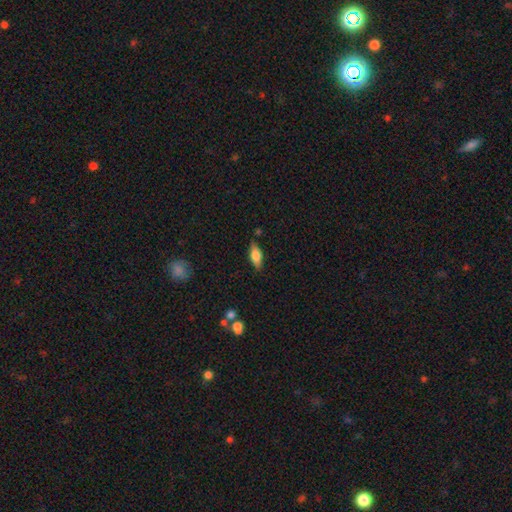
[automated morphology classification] This is likely a smooth galaxy (69%). How rounded: likely in between (76%). Merging: clearly none (81%).